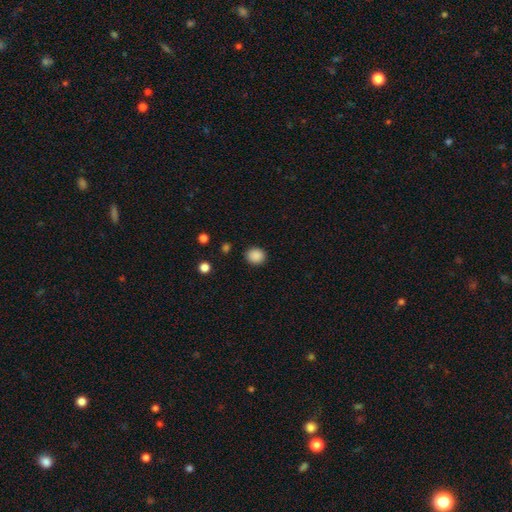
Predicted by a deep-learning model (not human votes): This appears to be a smooth galaxy with no disk features (87%) that is round (79%). Merging: none (89%).